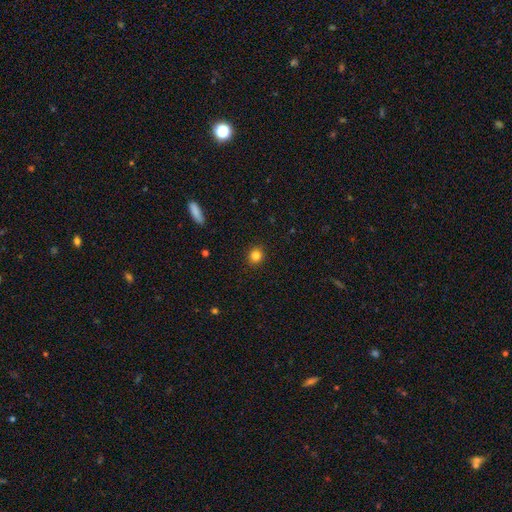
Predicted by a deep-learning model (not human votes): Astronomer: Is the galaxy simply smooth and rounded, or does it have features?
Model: smooth — 83%.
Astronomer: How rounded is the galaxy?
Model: round — 89%.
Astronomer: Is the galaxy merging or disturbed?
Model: none — 92%.